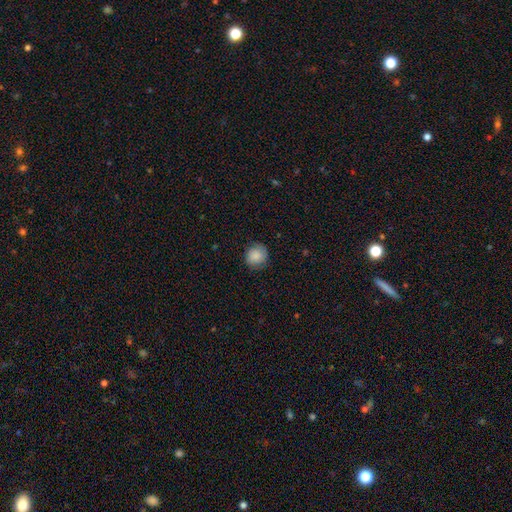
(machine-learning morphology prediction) The model was most divided on "merging": none: 82%, minor disturbance: 14%, major disturbance: 3%, merger: 1%. More confident: how rounded — round (86%); smooth or featured — smooth (85%).